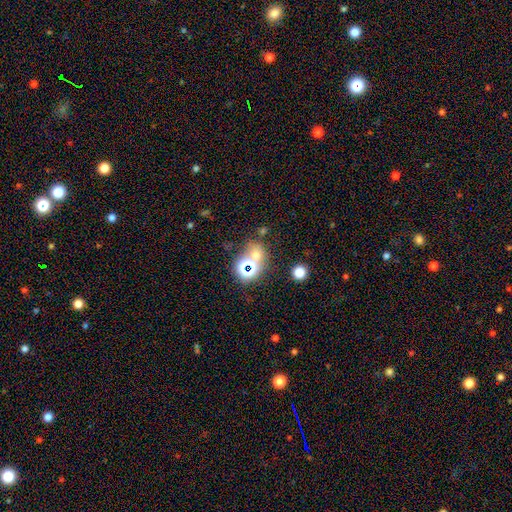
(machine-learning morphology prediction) This appears to be a smooth galaxy with no disk features (54%) that is round (66%). Merging: none (55%).